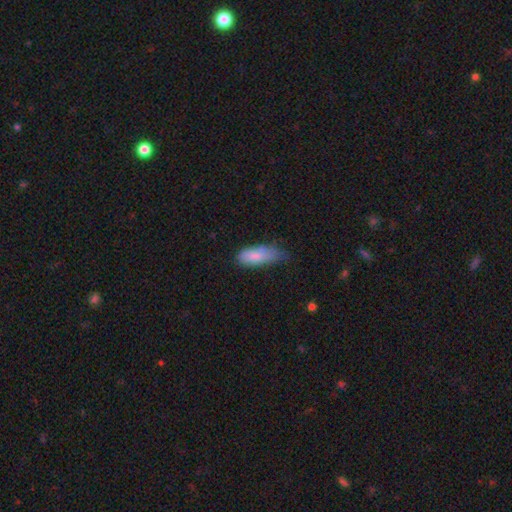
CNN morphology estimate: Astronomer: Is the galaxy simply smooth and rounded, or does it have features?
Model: smooth — 81%.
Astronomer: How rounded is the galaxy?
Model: in between — 74%.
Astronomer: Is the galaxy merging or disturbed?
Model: minor disturbance — 45% (runner-up: none, 34%).